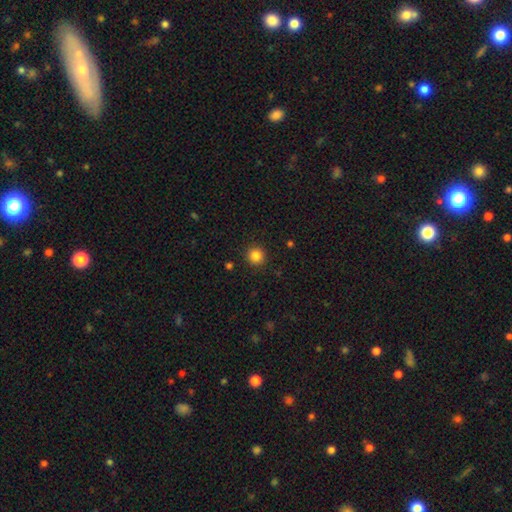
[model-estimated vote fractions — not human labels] smooth 84%, star or artifact 12%, featured or disk 4%. Down the decision tree: how rounded — round (94%); merging — none (92%).